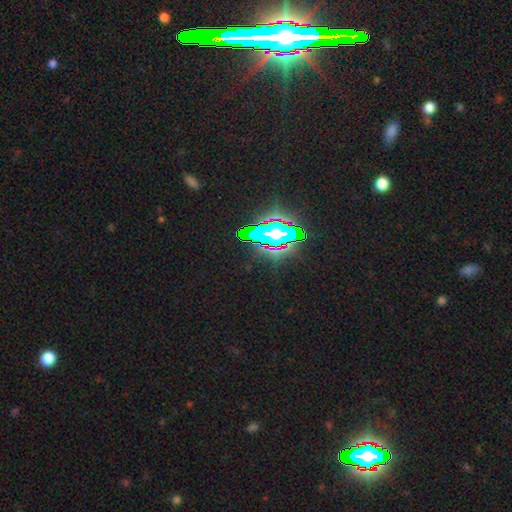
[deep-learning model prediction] star or artifact 81%, smooth 11%, featured or disk 8%.